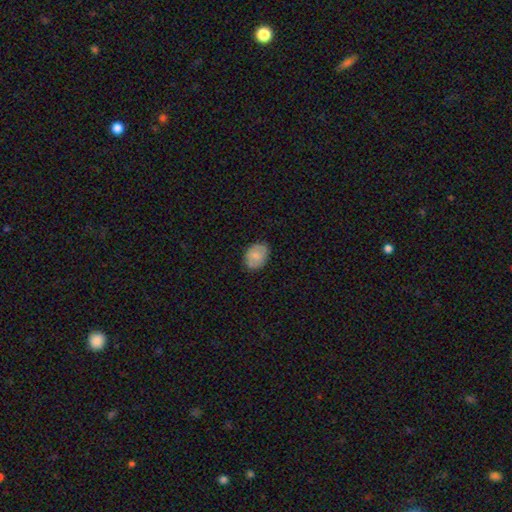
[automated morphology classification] Overall: smooth (72%). How rounded: in between (66%; round 33%). Merging: none (80%).